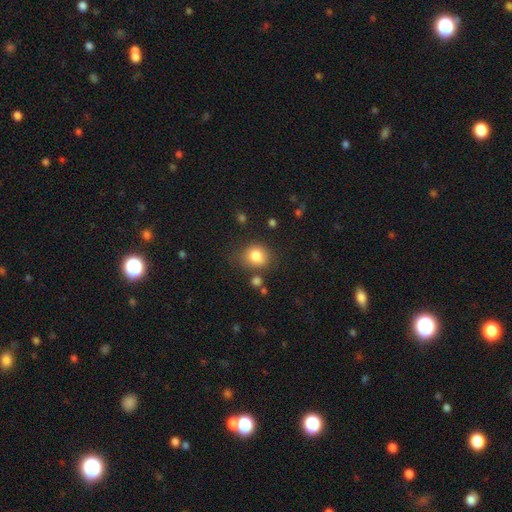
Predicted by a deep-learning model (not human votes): Smooth or featured: smooth — 82% (star or artifact — 10%)
How rounded: round — 65% (in between — 34%)
Merging: none — 70% (minor disturbance — 18%)